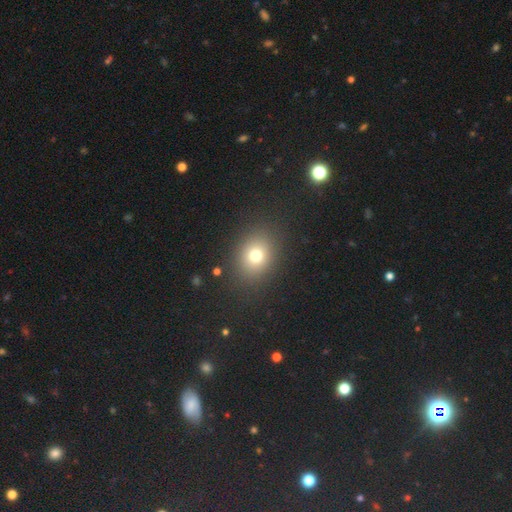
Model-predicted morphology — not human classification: Smooth or featured: smooth — 75% (star or artifact — 15%)
How rounded: round — 55% (in between — 44%)
Merging: none — 86% (minor disturbance — 8%)